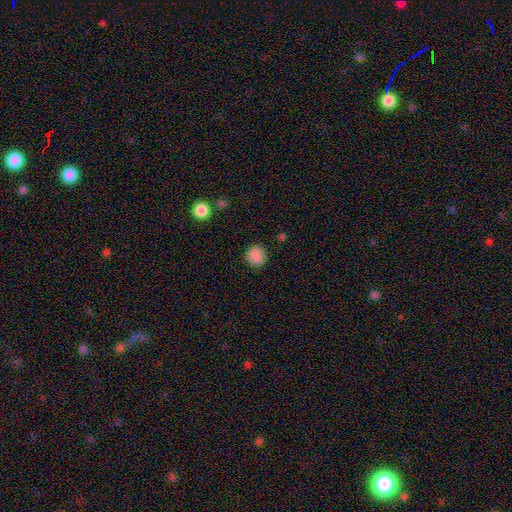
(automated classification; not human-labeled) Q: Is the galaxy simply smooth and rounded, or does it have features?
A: smooth — 87%.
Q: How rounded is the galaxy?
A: round — 89%.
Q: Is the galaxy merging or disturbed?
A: none — 87%.